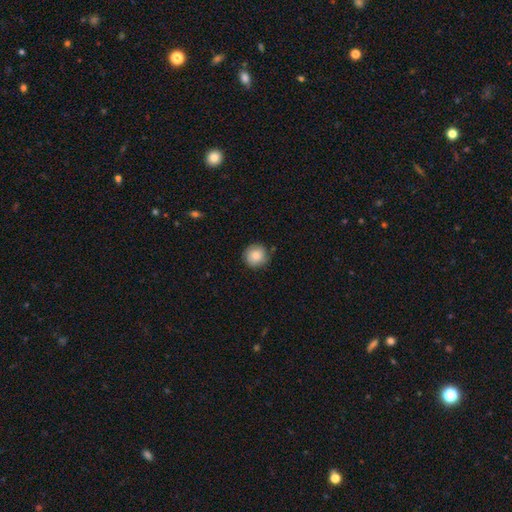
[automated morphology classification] Q: Smooth or featured?
A: smooth (86%); runner-up: star or artifact (7%)
Q: How rounded?
A: round (93%); runner-up: in between (6%)
Q: Merging?
A: none (83%); runner-up: minor disturbance (13%)